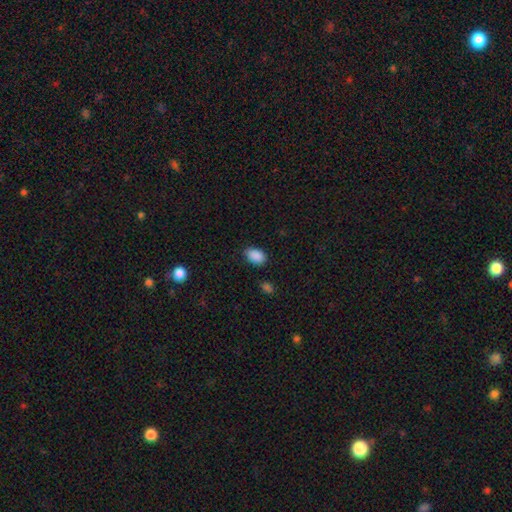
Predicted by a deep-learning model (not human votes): A smooth galaxy with no disk features (89%) that is in between round and cigar-shaped (87%).

Vote fractions:
- Smooth or featured? smooth: 89% / star or artifact: 8% / featured or disk: 3%
- How rounded? in between: 87% / round: 12% / cigar-shaped: 1%
- Merging? none: 82% / minor disturbance: 13% / major disturbance: 3% / merger: 2%